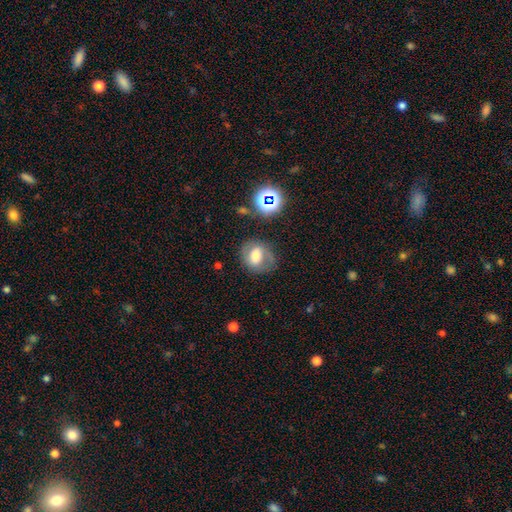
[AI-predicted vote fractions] A smooth galaxy with no disk features (48%).

Vote fractions:
- Smooth or featured? smooth: 48% / featured or disk: 40% / star or artifact: 12%
- Merging? none: 71% / minor disturbance: 17% / major disturbance: 9% / merger: 3%